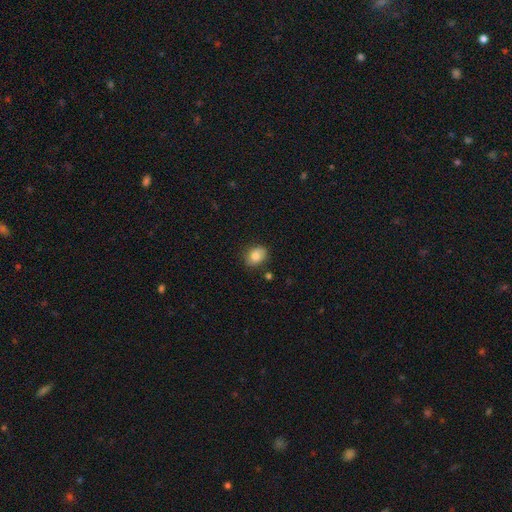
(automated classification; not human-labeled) Smooth or featured: smooth — 78% (featured or disk — 13%)
How rounded: in between — 58% (round — 41%)
Merging: none — 77% (minor disturbance — 17%)